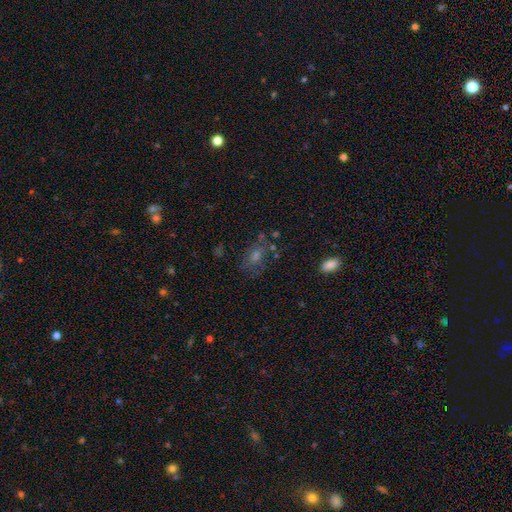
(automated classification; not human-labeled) smooth-or-featured: smooth: 43% | star or artifact: 29% | featured or disk: 28%
  merging: none: 66% | minor disturbance: 18% | major disturbance: 10% | merger: 6%